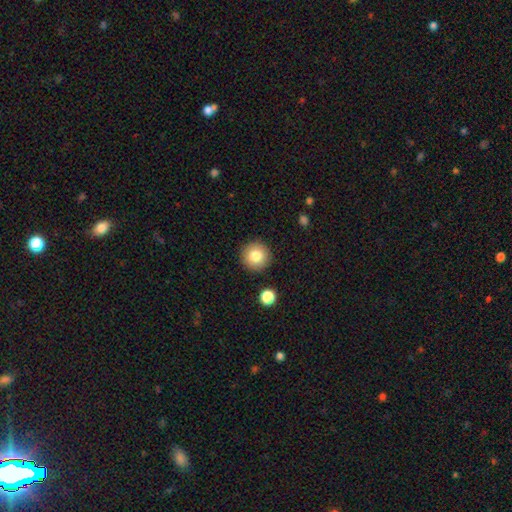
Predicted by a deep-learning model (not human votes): The model was most divided on "smooth or featured": smooth: 82%, star or artifact: 10%, featured or disk: 8%. More confident: how rounded — round (95%); merging — none (90%).